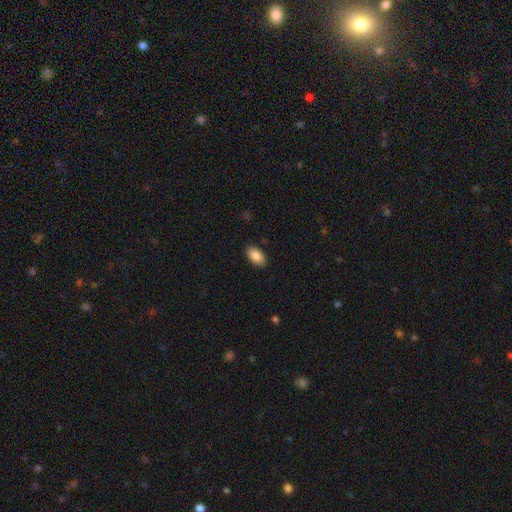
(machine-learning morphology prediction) This appears to be a smooth galaxy with no disk features (88%) that is in between round and cigar-shaped (94%). Merging: none (89%).